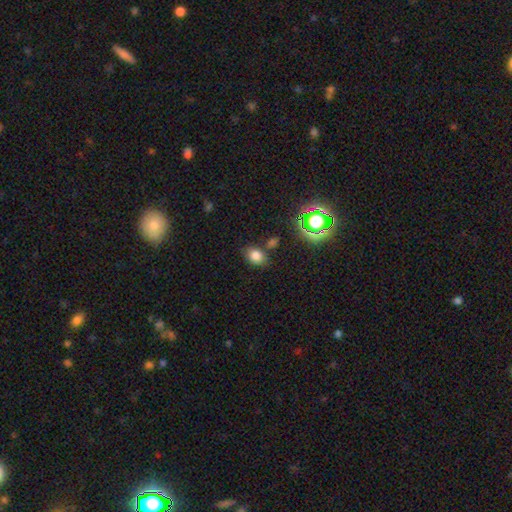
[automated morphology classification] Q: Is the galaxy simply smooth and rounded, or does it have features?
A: smooth — 76%.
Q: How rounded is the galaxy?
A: in between — 58%.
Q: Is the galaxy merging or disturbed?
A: none — 73%.